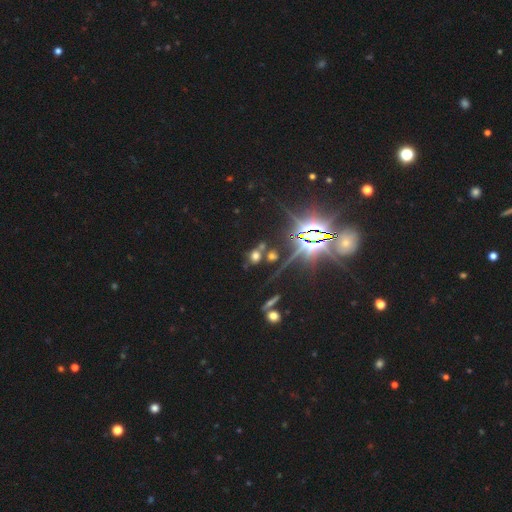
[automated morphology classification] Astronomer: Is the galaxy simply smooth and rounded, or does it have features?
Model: star or artifact — 47% (runner-up: smooth, 38%).